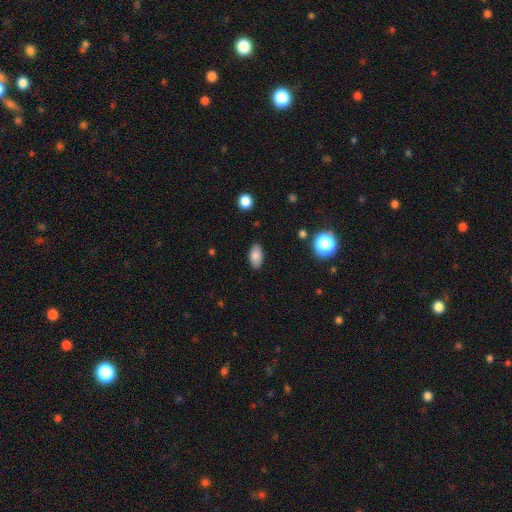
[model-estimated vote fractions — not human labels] smooth_or_featured: smooth (p=0.84) [alt: star or artifact p=0.09]
how_rounded: in between (p=0.92) [alt: round p=0.05]
merging: none (p=0.87) [alt: minor disturbance p=0.10]